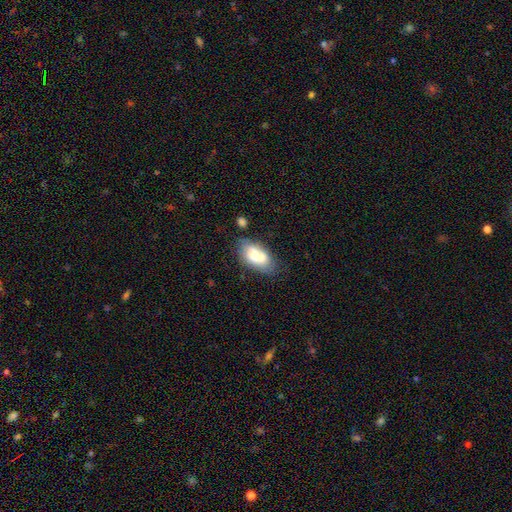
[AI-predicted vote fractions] smooth 65%, featured or disk 28%, star or artifact 7%. Down the decision tree: how rounded — in between (93%); merging — none (53%).